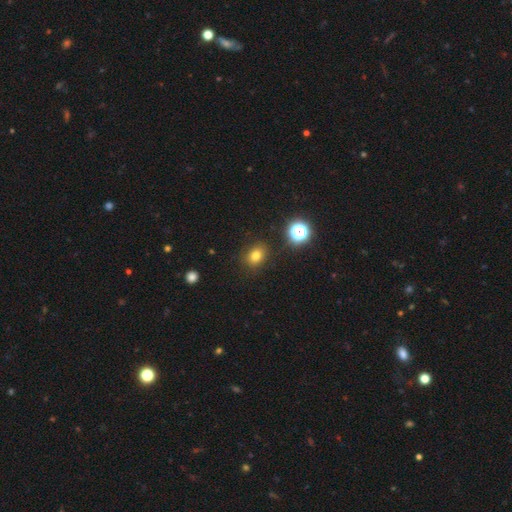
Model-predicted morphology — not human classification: Smooth or featured? smooth (76%)
How rounded? round (51%)
Merging? none (86%)